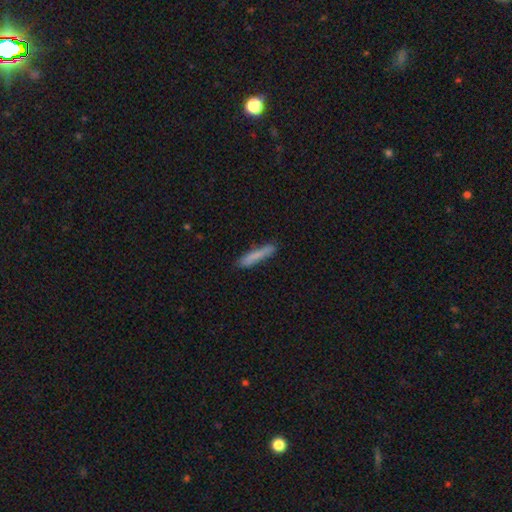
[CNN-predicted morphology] smooth 78%, featured or disk 15%, star or artifact 6%. Down the decision tree: how rounded — cigar-shaped (92%); merging — none (83%).